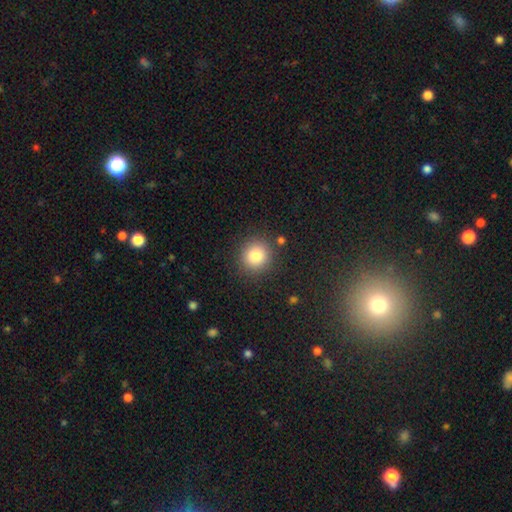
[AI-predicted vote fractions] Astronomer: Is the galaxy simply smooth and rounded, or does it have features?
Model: smooth — 83%.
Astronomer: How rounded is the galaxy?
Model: round — 90%.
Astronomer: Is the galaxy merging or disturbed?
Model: none — 87%.